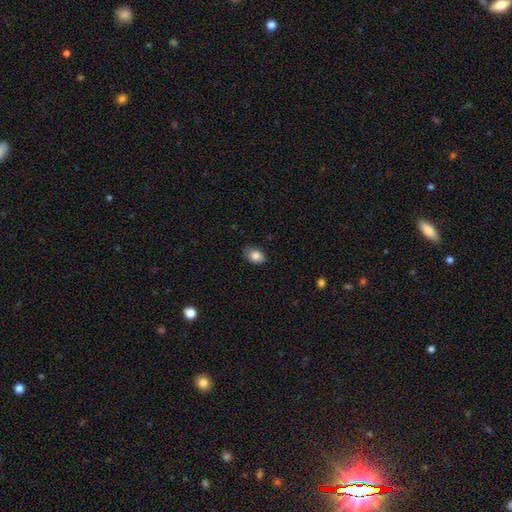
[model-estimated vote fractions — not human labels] This is clearly a smooth galaxy (84%). How rounded: clearly in between (80%). Merging: likely none (72%).